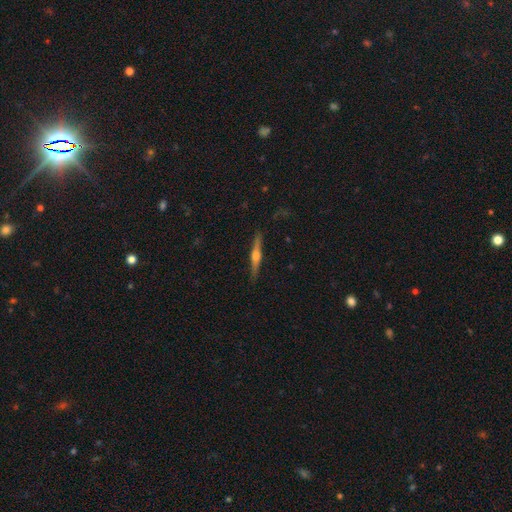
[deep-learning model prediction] This is likely a featured or disk galaxy (73%). It is clearly viewed edge-on (98%). Edge-on bulge: clearly rounded (89%). Merging: clearly none (89%).